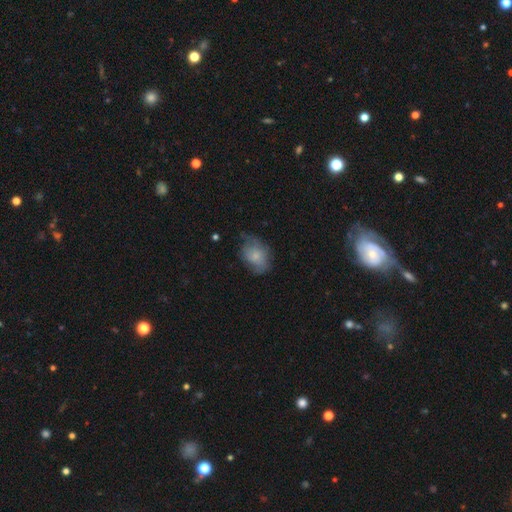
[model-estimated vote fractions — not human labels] Smooth or featured: smooth — 69% (featured or disk — 23%)
How rounded: in between — 73% (round — 26%)
Merging: none — 47% (minor disturbance — 35%)